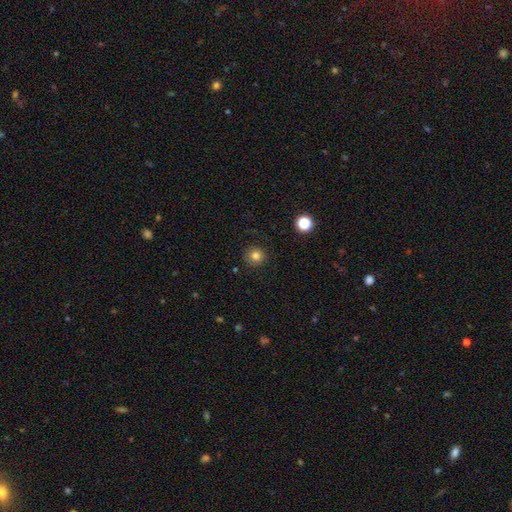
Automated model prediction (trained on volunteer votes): A smooth galaxy with no disk features (80%) that is round (93%).

Vote fractions:
- Smooth or featured? smooth: 80% / star or artifact: 13% / featured or disk: 7%
- How rounded? round: 93% / in between: 6% / cigar-shaped: 1%
- Merging? none: 89% / minor disturbance: 8% / major disturbance: 2% / merger: 1%